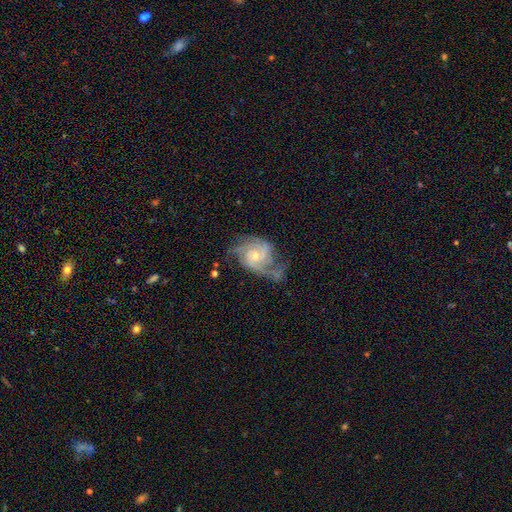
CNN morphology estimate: featured or disk 89%, smooth 6%, star or artifact 5%. Down the decision tree: edge-on disk — no (98%); bar — no (67%); spiral arms — yes (97%); spiral arm count — 2 (41%); spiral winding — tight (50%); bulge size — small (59%); merging — none (56%).